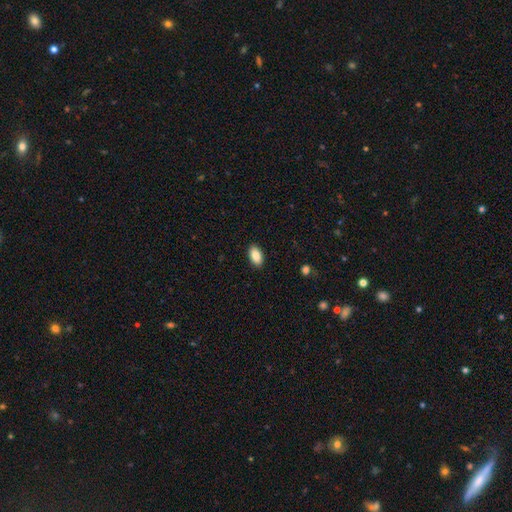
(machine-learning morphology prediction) Smooth or featured? smooth (88%)
How rounded? in between (93%)
Merging? none (89%)